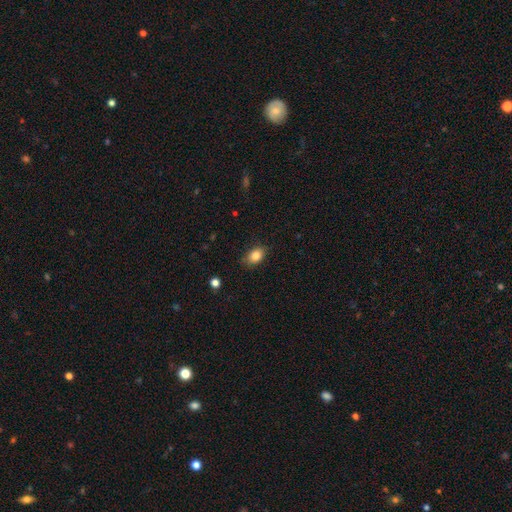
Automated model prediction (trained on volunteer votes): A smooth galaxy with no disk features (84%) that is in between round and cigar-shaped (78%).

Vote fractions:
- Smooth or featured? smooth: 84% / star or artifact: 9% / featured or disk: 7%
- How rounded? in between: 78% / round: 20% / cigar-shaped: 1%
- Merging? none: 79% / minor disturbance: 17% / major disturbance: 3% / merger: 1%